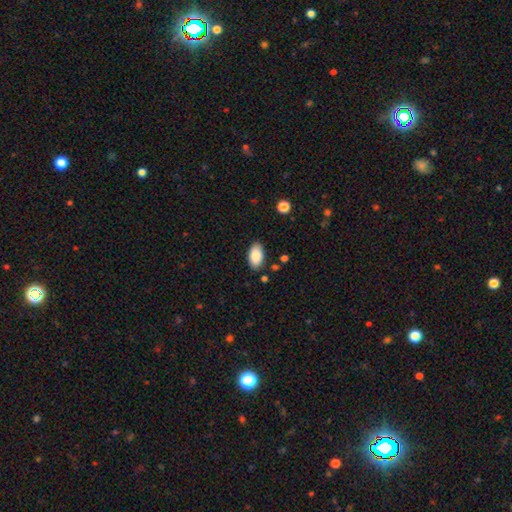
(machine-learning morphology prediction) A smooth galaxy with no disk features (88%) that is in between round and cigar-shaped (95%). Merging: none (85%).